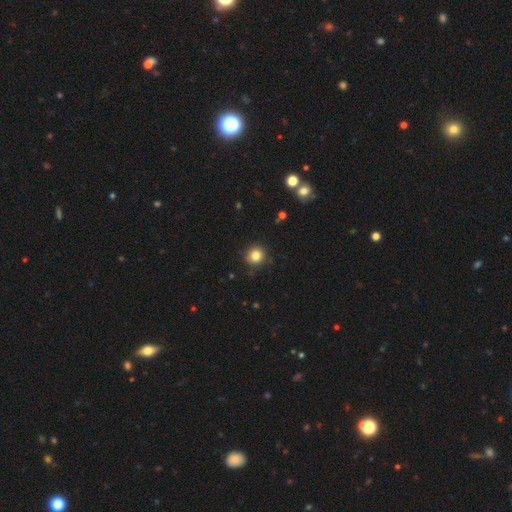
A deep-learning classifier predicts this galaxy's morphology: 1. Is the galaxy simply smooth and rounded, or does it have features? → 83% smooth, 12% star or artifact, 5% featured or disk.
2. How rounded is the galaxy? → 91% round, 8% in between, 1% cigar-shaped.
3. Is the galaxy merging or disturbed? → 89% none, 8% minor disturbance, 2% major disturbance, 1% merger.